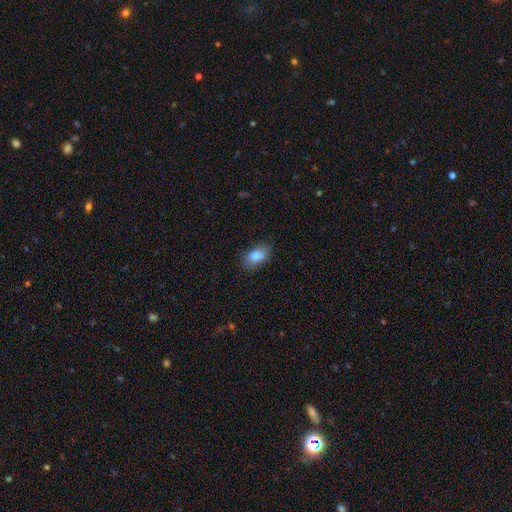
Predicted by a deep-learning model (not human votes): Smooth or featured: smooth — 77% (featured or disk — 14%)
How rounded: in between — 86% (round — 10%)
Merging: none — 74% (minor disturbance — 19%)